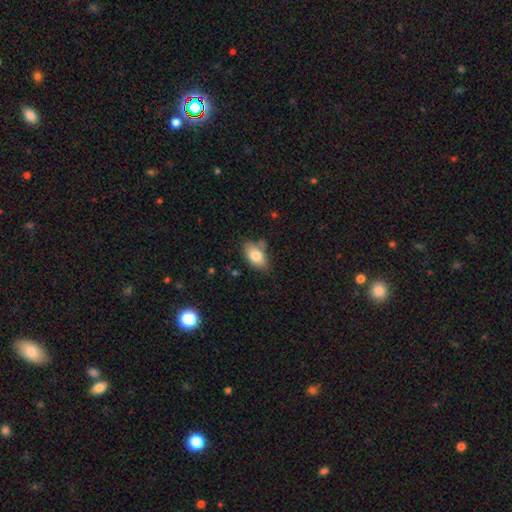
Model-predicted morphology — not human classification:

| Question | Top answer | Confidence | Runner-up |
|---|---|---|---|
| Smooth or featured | smooth | 80% | featured or disk (13%) |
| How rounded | in between | 91% | round (6%) |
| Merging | none | 69% | minor disturbance (22%) |